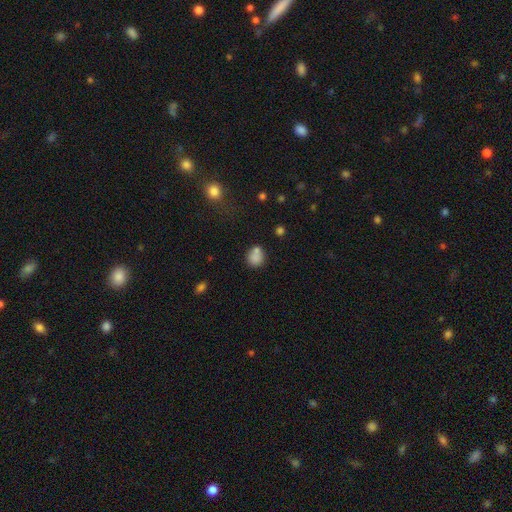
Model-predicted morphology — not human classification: Smooth or featured? Predicted: smooth (p=0.80). How rounded? Predicted: round (p=0.74). Merging? Predicted: none (p=0.55).